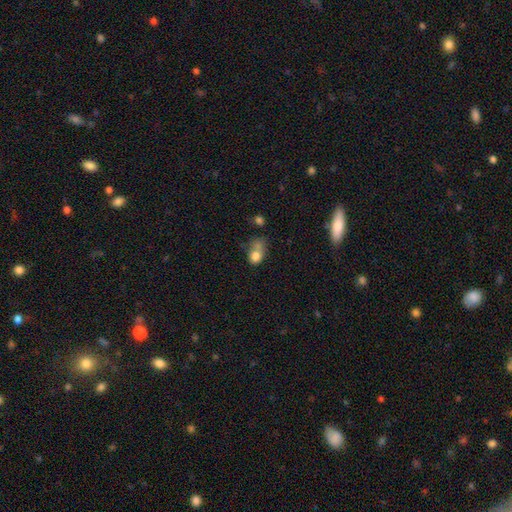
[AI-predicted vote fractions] This appears to be a smooth galaxy with no disk features (76%) that is in between round and cigar-shaped (52%). Merging: merger (35%).